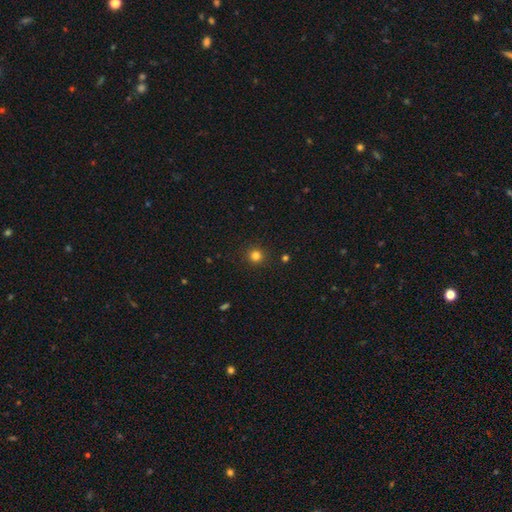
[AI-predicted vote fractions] The model was most divided on "smooth or featured": smooth: 81%, star or artifact: 14%, featured or disk: 5%. More confident: how rounded — round (94%); merging — none (91%).